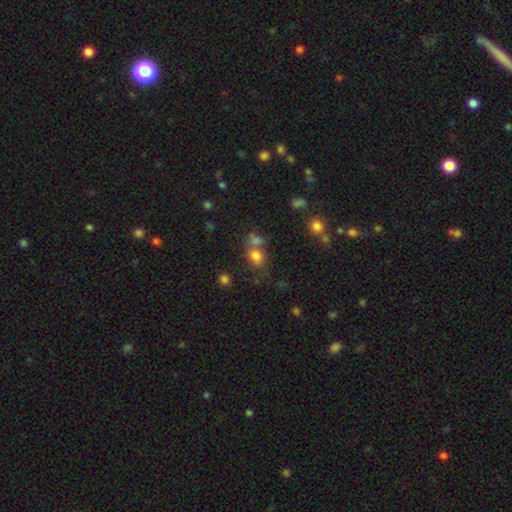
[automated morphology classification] A smooth galaxy with no disk features (74%) that is in between round and cigar-shaped (54%).

Vote fractions:
- Smooth or featured? smooth: 74% / star or artifact: 17% / featured or disk: 10%
- How rounded? in between: 54% / round: 44% / cigar-shaped: 1%
- Merging? none: 44% / merger: 37% / minor disturbance: 12% / major disturbance: 6%